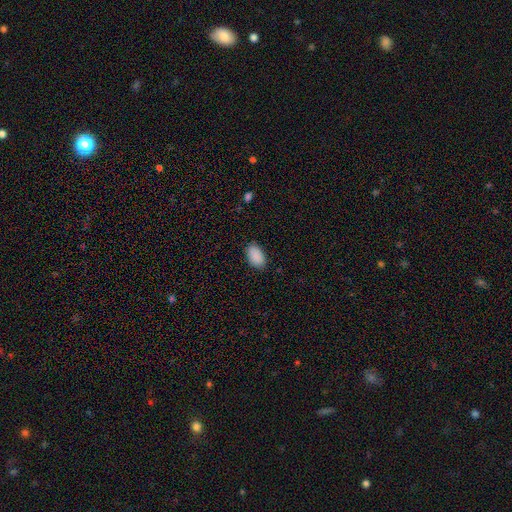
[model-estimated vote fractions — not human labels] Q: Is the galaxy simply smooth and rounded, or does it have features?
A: smooth — 91%.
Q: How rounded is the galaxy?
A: in between — 94%.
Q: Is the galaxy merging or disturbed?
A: none — 86%.